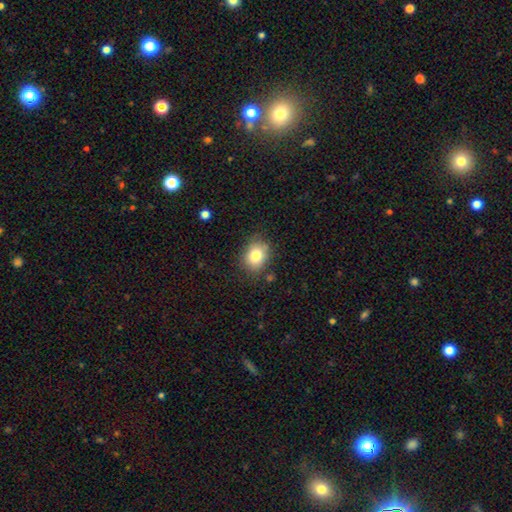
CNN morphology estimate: Overall: smooth (81%). How rounded: round (52%; in between 47%). Merging: none (79%).